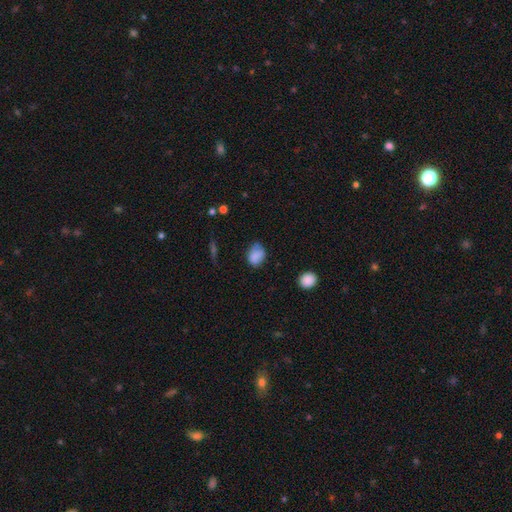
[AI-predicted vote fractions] This is clearly a smooth galaxy (83%). How rounded: likely in between (64%). Merging: likely none (60%).